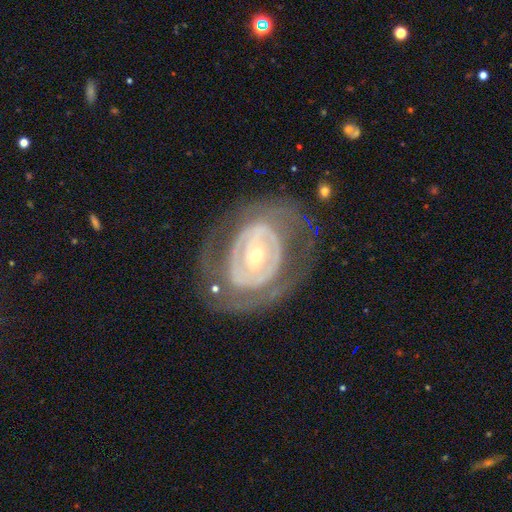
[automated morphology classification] Q: Smooth or featured?
A: featured or disk (80%); runner-up: smooth (15%)
Q: Edge-on disk?
A: no (95%); runner-up: yes (5%)
Q: Bar?
A: no (48%); runner-up: weak (28%)
Q: Spiral arms?
A: yes (52%); runner-up: no (48%)
Q: Bulge size?
A: small (68%); runner-up: moderate (28%)
Q: Merging?
A: none (65%); runner-up: major disturbance (17%)